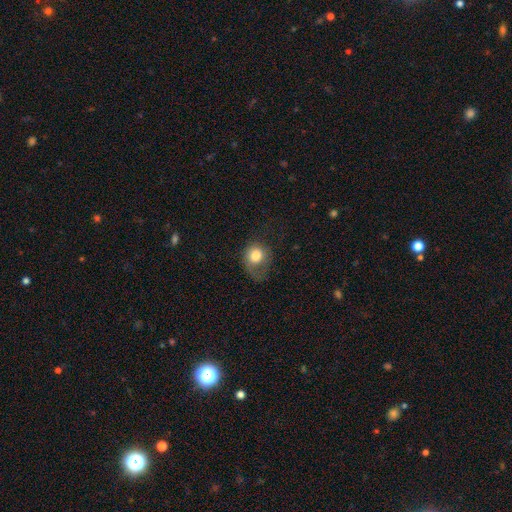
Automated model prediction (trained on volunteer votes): Smooth or featured? Predicted: smooth (p=0.74). How rounded? Predicted: round (p=0.63). Merging? Predicted: none (p=0.37).